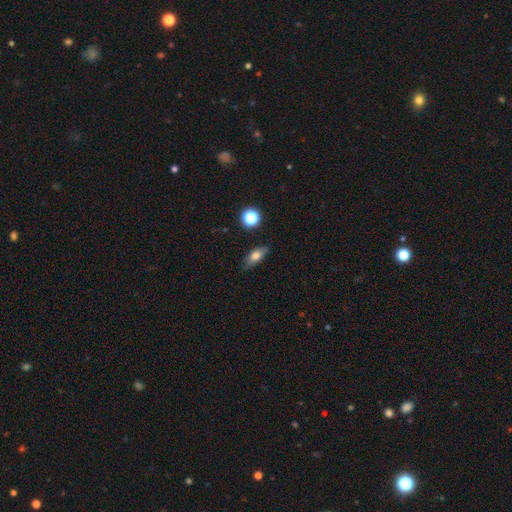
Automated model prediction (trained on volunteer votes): This is likely a smooth galaxy (70%). How rounded: likely in between (70%). Merging: likely none (77%).